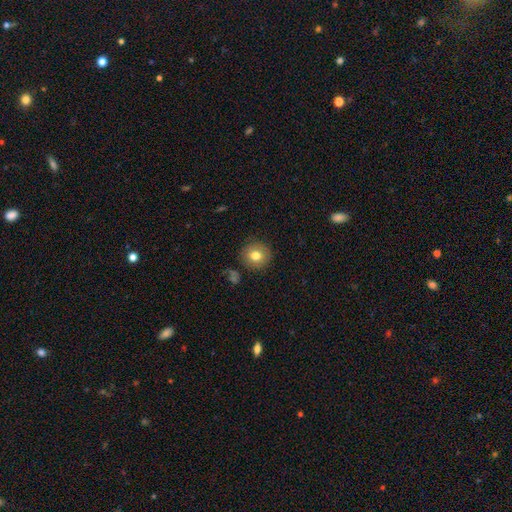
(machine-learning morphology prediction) smooth-or-featured: smooth: 77% | featured or disk: 13% | star or artifact: 10%
  how-rounded: round: 89% | in between: 10% | cigar-shaped: 1%
  merging: none: 87% | minor disturbance: 8% | major disturbance: 3% | merger: 2%